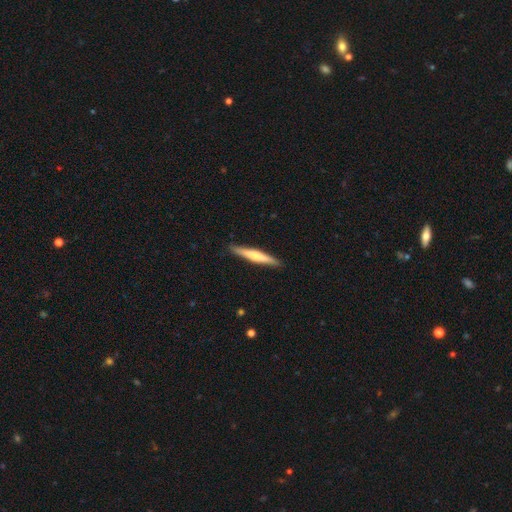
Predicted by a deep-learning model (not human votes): Smooth or featured? Predicted: featured or disk (p=0.48). Merging? Predicted: none (p=0.90).